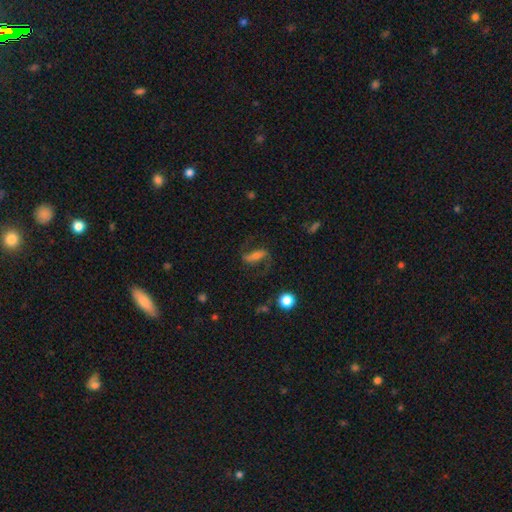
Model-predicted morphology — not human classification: This appears to be a featured or disk galaxy (68%) with a strong bar (52%), 2 (90%) loose (53%) spiral arms (90%) and a small central bulge (42%). Merging: none (72%).